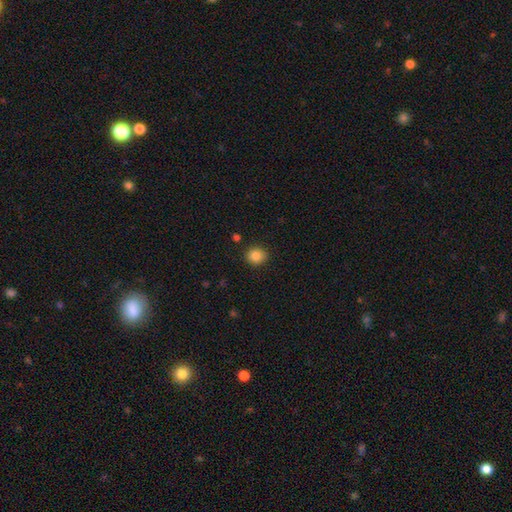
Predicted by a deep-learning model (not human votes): This appears to be a smooth galaxy with no disk features (86%) that is round (79%). Merging: none (90%).